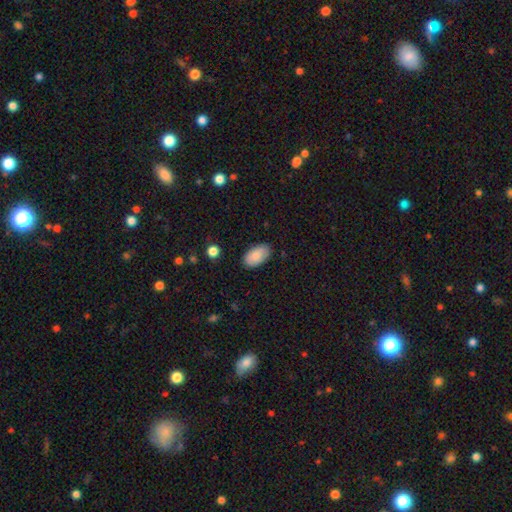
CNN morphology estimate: This appears to be a smooth galaxy with no disk features (86%) that is in between round and cigar-shaped (95%). Merging: none (86%).